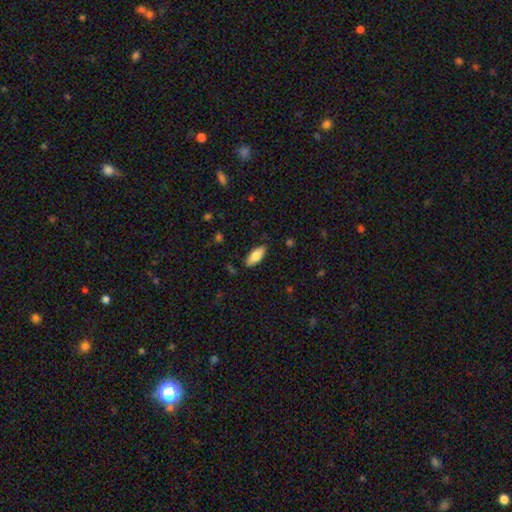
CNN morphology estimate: Smooth or featured? Predicted: smooth (p=0.79). How rounded? Predicted: in between (p=0.82). Merging? Predicted: none (p=0.86).